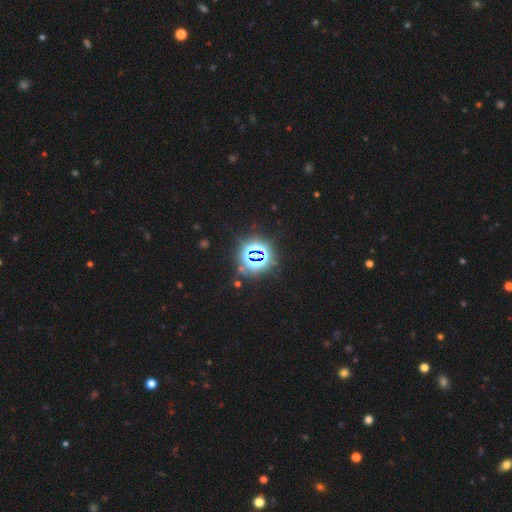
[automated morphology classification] Overall: star or artifact (80%).